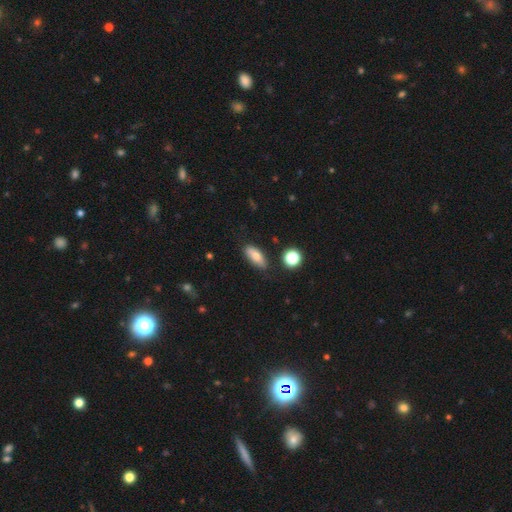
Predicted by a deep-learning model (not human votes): A smooth galaxy with no disk features (79%) that is in between round and cigar-shaped (73%). Merging: none (80%).